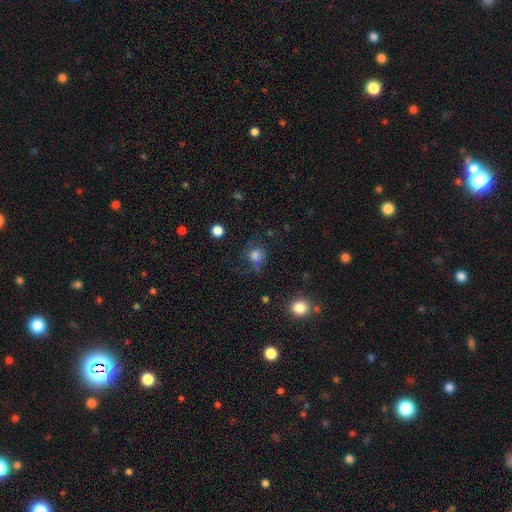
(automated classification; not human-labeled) smooth_or_featured: smooth (p=0.69) [alt: star or artifact p=0.18]
how_rounded: round (p=0.74) [alt: in between p=0.24]
merging: none (p=0.52) [alt: minor disturbance p=0.21]